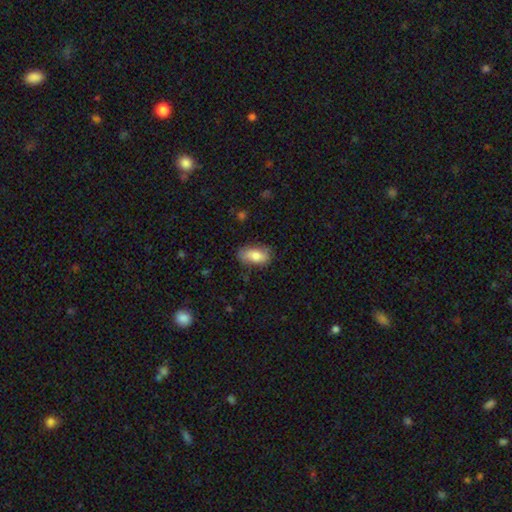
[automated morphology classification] Q: Smooth or featured?
A: smooth (79%); runner-up: featured or disk (15%)
Q: How rounded?
A: in between (90%); runner-up: cigar-shaped (5%)
Q: Merging?
A: none (73%); runner-up: minor disturbance (21%)